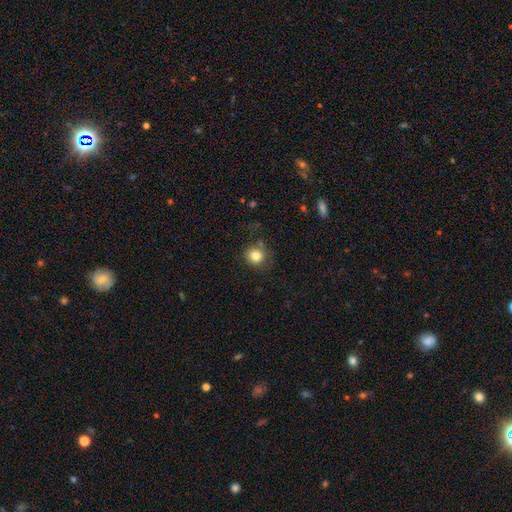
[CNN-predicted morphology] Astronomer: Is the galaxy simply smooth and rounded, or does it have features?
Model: smooth — 81%.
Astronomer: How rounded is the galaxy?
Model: round — 90%.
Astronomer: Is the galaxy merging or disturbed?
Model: none — 78%.